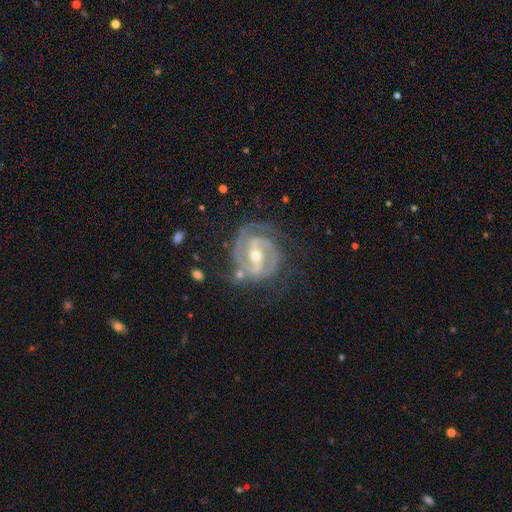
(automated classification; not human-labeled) Q: Smooth or featured?
A: featured or disk (91%); runner-up: star or artifact (5%)
Q: Edge-on disk?
A: no (97%); runner-up: yes (3%)
Q: Bar?
A: strong (48%); runner-up: weak (38%)
Q: Spiral arms?
A: yes (98%); runner-up: no (2%)
Q: Spiral winding?
A: tight (57%); runner-up: medium (38%)
Q: Spiral arm count?
A: 2 (76%); runner-up: 3 (12%)
Q: Bulge size?
A: moderate (51%); runner-up: small (46%)
Q: Merging?
A: none (70%); runner-up: minor disturbance (18%)